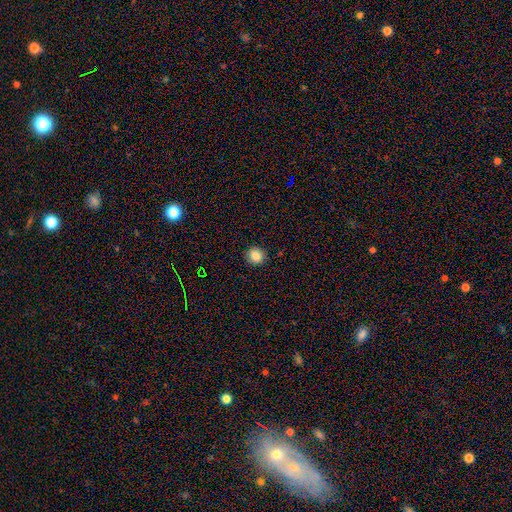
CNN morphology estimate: This appears to be a smooth galaxy with no disk features (84%) that is round (91%). Merging: none (91%).